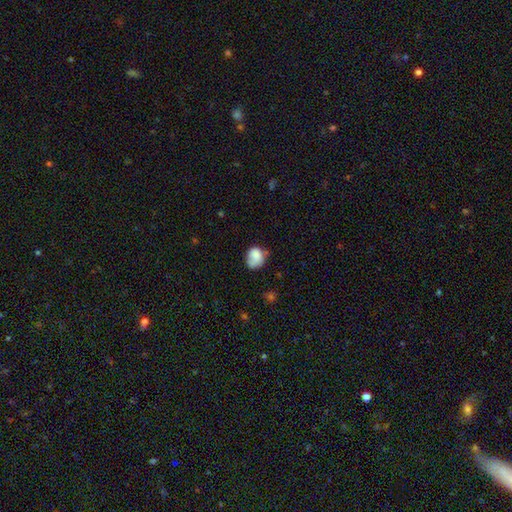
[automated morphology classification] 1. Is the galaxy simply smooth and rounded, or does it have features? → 79% smooth, 13% featured or disk, 8% star or artifact.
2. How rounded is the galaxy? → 56% round, 43% in between, 1% cigar-shaped.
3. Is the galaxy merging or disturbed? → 46% none, 34% minor disturbance, 14% major disturbance, 7% merger.